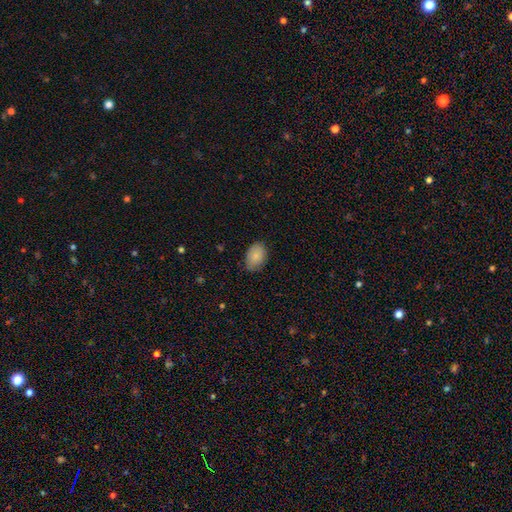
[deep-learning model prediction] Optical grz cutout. It shows a smooth galaxy with no disk features (86%) that is in between round and cigar-shaped (84%). Merging: none (79%).